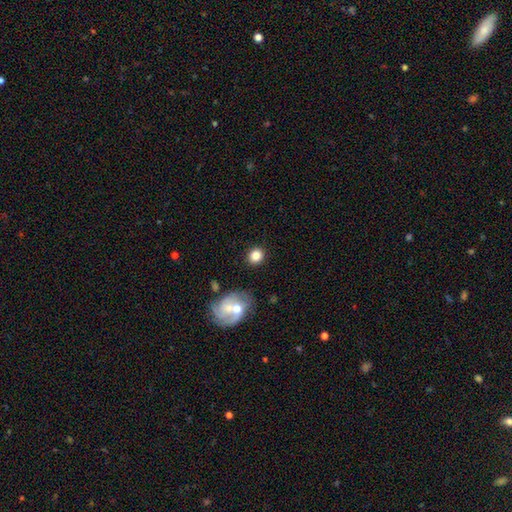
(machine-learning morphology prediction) This is clearly a smooth galaxy (83%). How rounded: clearly round (81%). Merging: clearly none (86%).